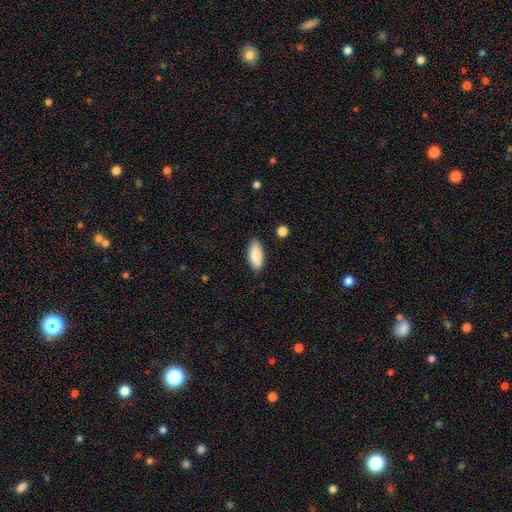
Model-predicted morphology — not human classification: Smooth or featured: smooth — 86% (featured or disk — 8%)
How rounded: in between — 86% (cigar-shaped — 12%)
Merging: none — 84% (minor disturbance — 12%)